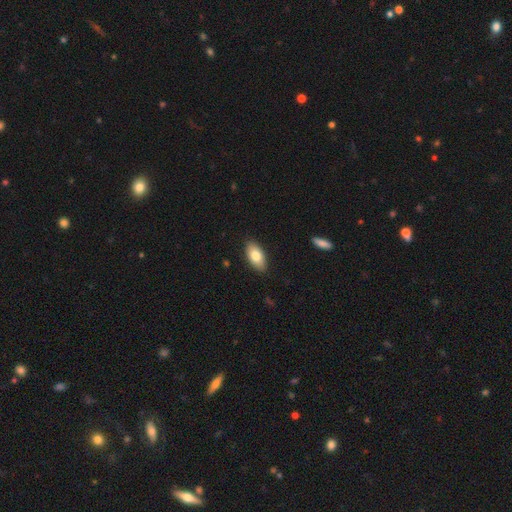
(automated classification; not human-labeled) A smooth galaxy with no disk features (80%) that is in between round and cigar-shaped (92%). Merging: none (88%).